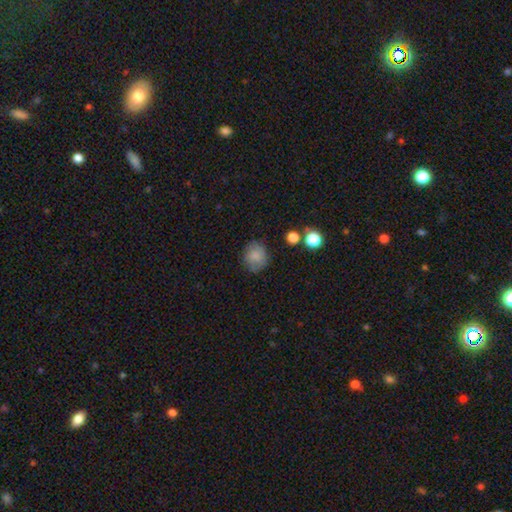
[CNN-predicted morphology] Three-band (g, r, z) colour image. It shows a smooth galaxy with no disk features (81%) that is round (82%). Merging: none (76%).